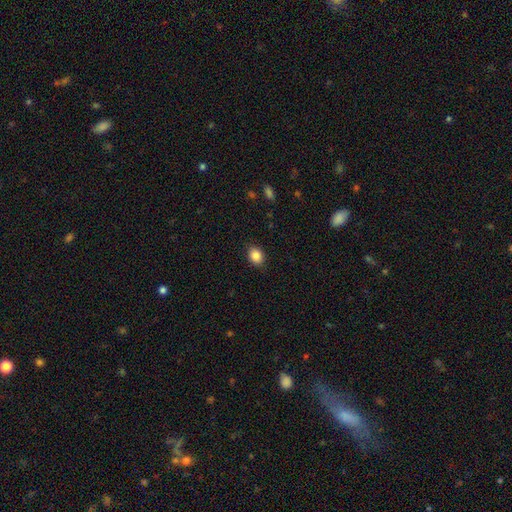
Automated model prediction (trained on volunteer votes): Smooth or featured? smooth (86%)
How rounded? in between (60%)
Merging? none (88%)